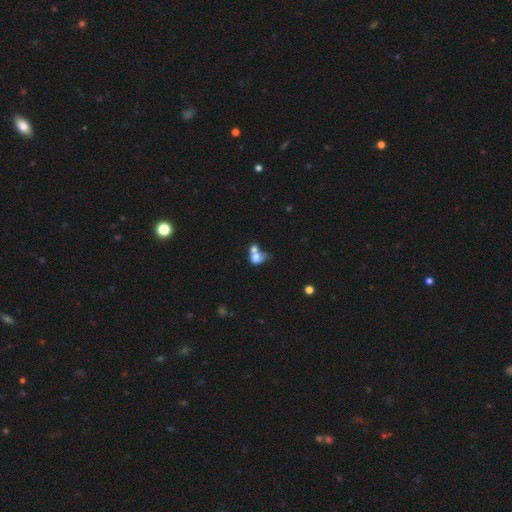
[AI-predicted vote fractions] A smooth galaxy with no disk features (67%) that is in between round and cigar-shaped (61%). Merging: merger (66%).